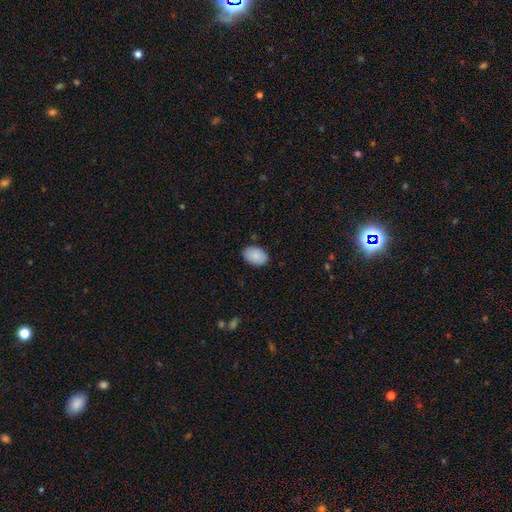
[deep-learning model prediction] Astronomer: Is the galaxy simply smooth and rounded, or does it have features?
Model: smooth — 88%.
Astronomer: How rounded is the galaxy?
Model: in between — 90%.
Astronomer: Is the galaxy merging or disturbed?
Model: none — 86%.